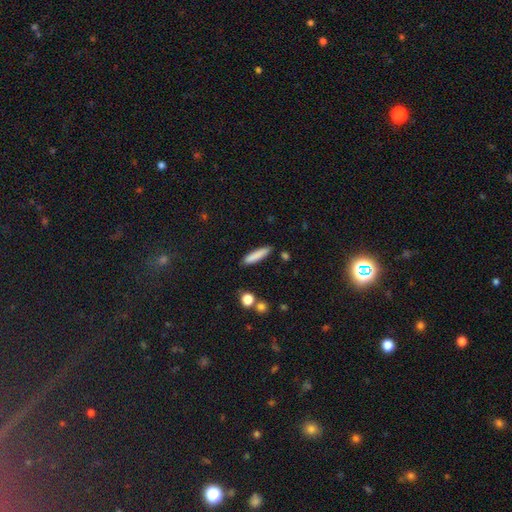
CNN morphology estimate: smooth 84%, featured or disk 9%, star or artifact 7%. Down the decision tree: how rounded — cigar-shaped (84%); merging — none (86%).